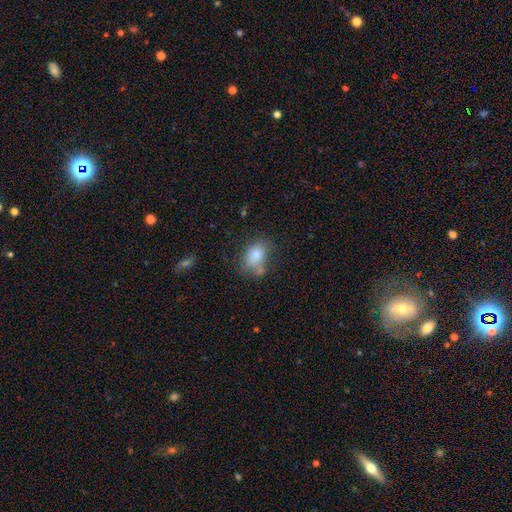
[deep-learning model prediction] Smooth or featured? smooth (80%)
How rounded? in between (80%)
Merging? none (49%)